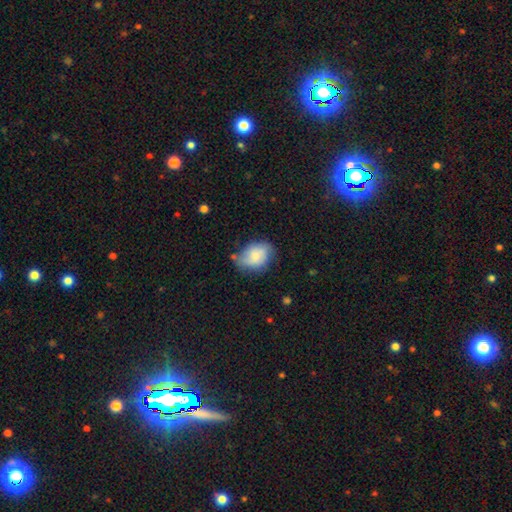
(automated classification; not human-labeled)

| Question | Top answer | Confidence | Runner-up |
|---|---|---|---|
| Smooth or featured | smooth | 74% | featured or disk (18%) |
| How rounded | in between | 74% | round (24%) |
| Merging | none | 55% | minor disturbance (32%) |